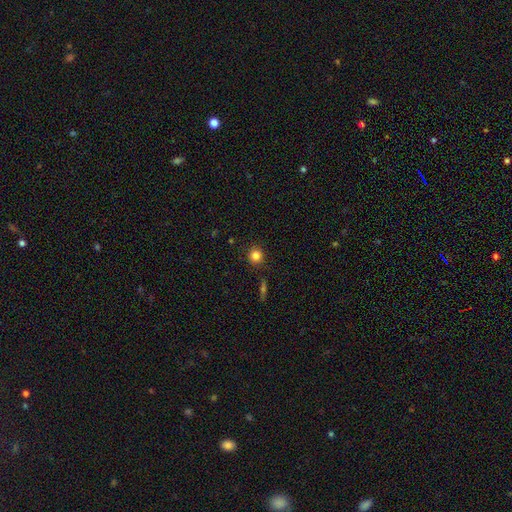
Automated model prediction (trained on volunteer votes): This is clearly a smooth galaxy (82%). How rounded: clearly round (92%). Merging: clearly none (89%).